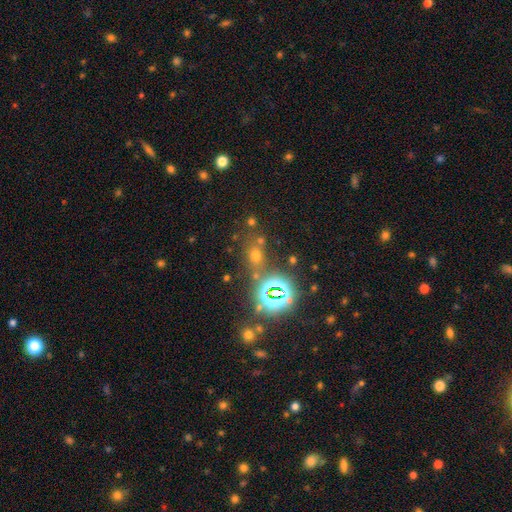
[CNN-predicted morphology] This appears to be a smooth galaxy with no disk features (46%). Merging: none (69%).